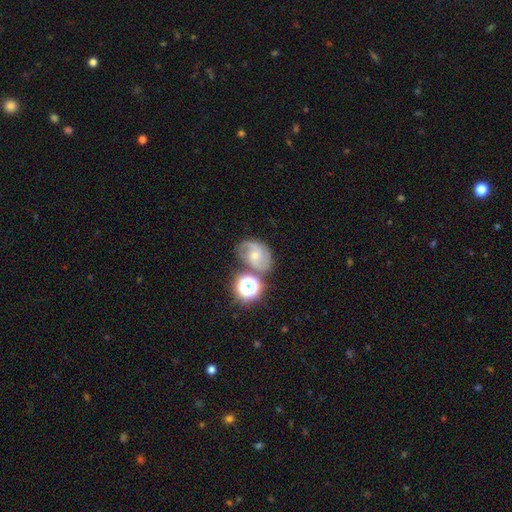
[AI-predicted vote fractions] This appears to be a featured or disk galaxy (68%) with no bar (62%), 2 (78%) medium (52%) spiral arms (93%) and a small central bulge (57%). Merging: none (59%).